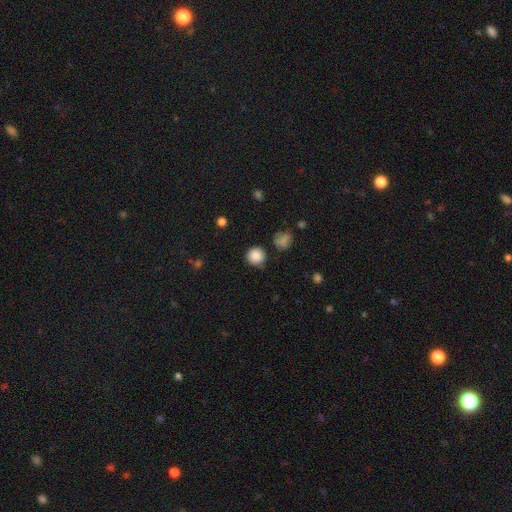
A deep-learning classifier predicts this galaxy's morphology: smooth_or_featured: smooth (p=0.86) [alt: star or artifact p=0.10]
how_rounded: round (p=0.93) [alt: in between p=0.06]
merging: none (p=0.83) [alt: minor disturbance p=0.11]